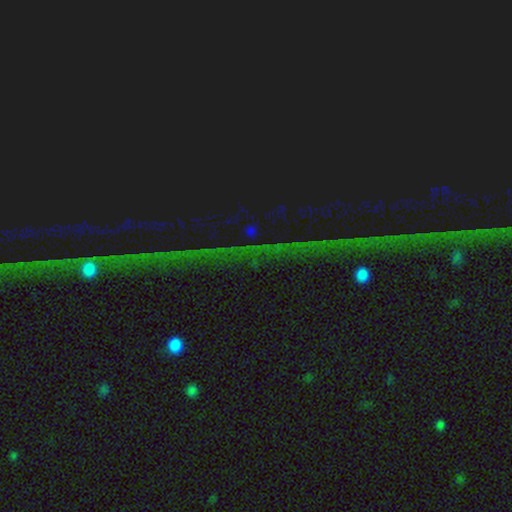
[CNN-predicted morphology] This appears to be a star or artifact, not a galaxy (84%).